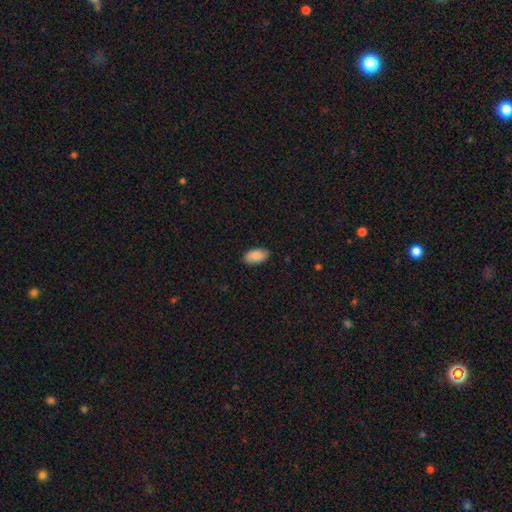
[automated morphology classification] smooth-or-featured: smooth: 88% | star or artifact: 6% | featured or disk: 6%
  how-rounded: in between: 95% | round: 3% | cigar-shaped: 2%
  merging: none: 86% | minor disturbance: 11% | major disturbance: 2% | merger: 1%